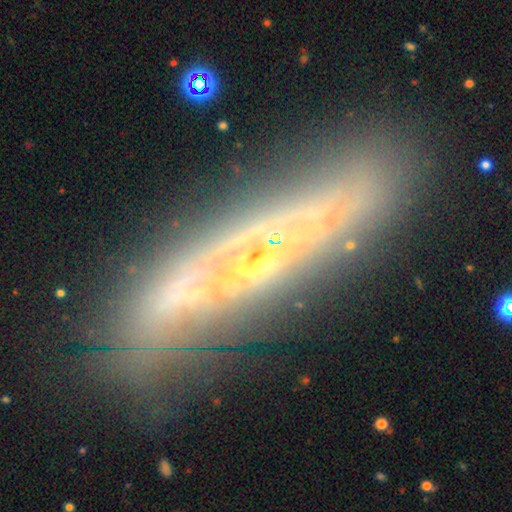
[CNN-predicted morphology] A featured or disk galaxy (72%) viewed edge-on (60%). Merging: none (72%).